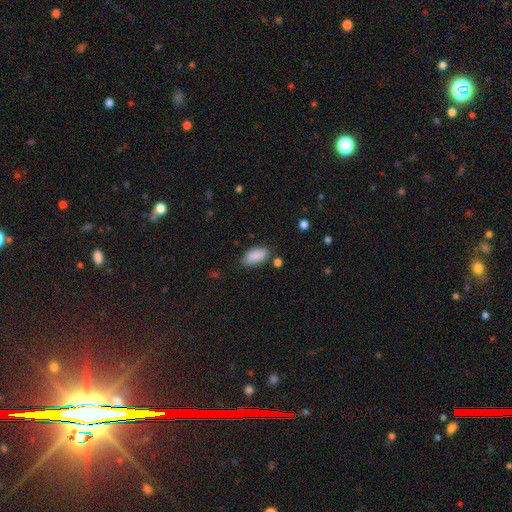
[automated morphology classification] smooth_or_featured: smooth (p=0.89) [alt: star or artifact p=0.07]
how_rounded: in between (p=0.92) [alt: cigar-shaped p=0.05]
merging: none (p=0.76) [alt: minor disturbance p=0.17]